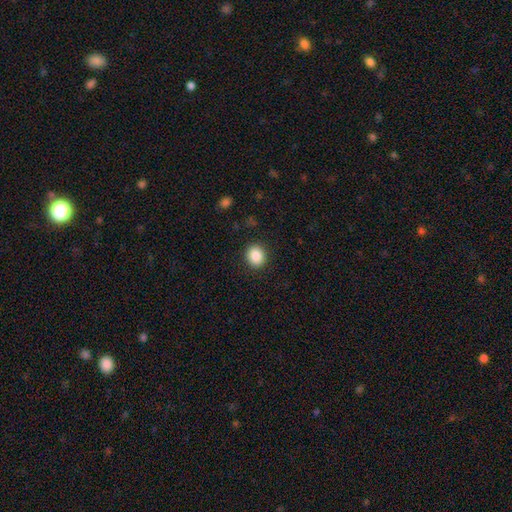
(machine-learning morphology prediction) smooth_or_featured: smooth (p=0.87) [alt: star or artifact p=0.09]
how_rounded: round (p=0.77) [alt: in between p=0.22]
merging: none (p=0.91) [alt: minor disturbance p=0.06]